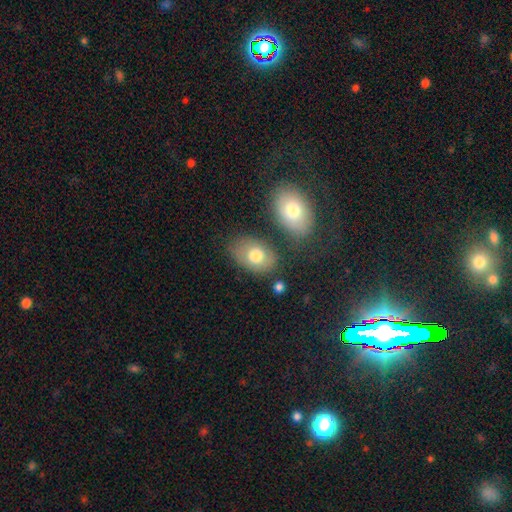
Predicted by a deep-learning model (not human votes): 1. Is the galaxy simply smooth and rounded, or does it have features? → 72% smooth, 21% featured or disk, 7% star or artifact.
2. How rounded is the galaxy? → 83% in between, 16% round, 1% cigar-shaped.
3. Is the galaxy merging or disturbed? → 67% none, 17% minor disturbance, 11% merger, 6% major disturbance.